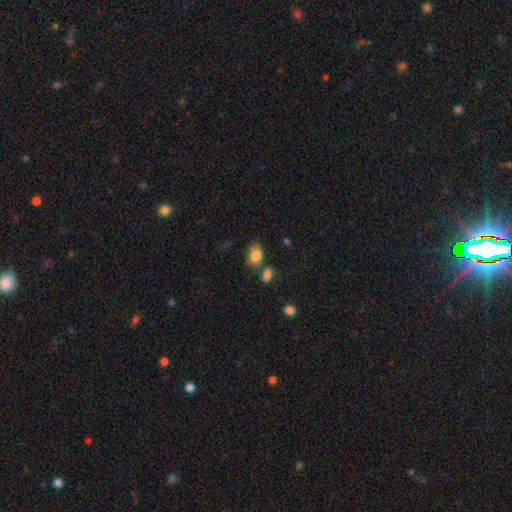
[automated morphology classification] A smooth galaxy with no disk features (84%) that is in between round and cigar-shaped (77%).

Vote fractions:
- Smooth or featured? smooth: 84% / star or artifact: 9% / featured or disk: 7%
- How rounded? in between: 77% / round: 22% / cigar-shaped: 1%
- Merging? none: 54% / minor disturbance: 21% / merger: 18% / major disturbance: 7%